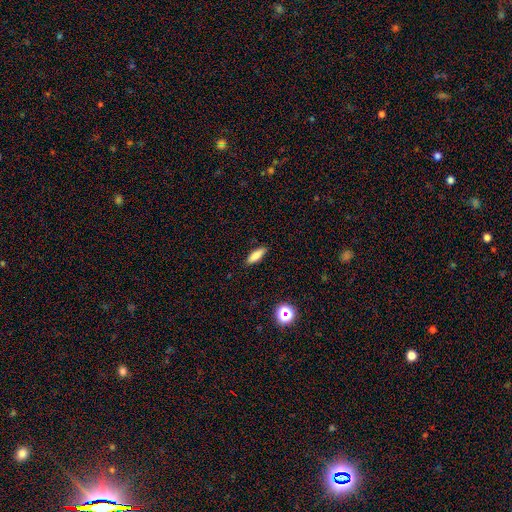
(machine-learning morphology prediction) Smooth or featured? Predicted: smooth (p=0.81). How rounded? Predicted: in between (p=0.53). Merging? Predicted: none (p=0.88).